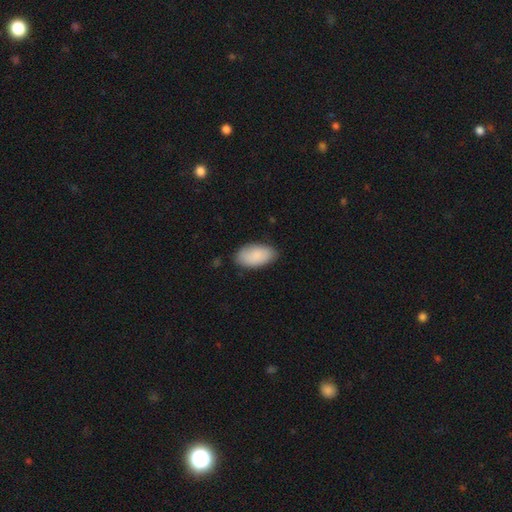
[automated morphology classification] smooth 88%, featured or disk 7%, star or artifact 6%. Down the decision tree: how rounded — in between (95%); merging — none (82%).